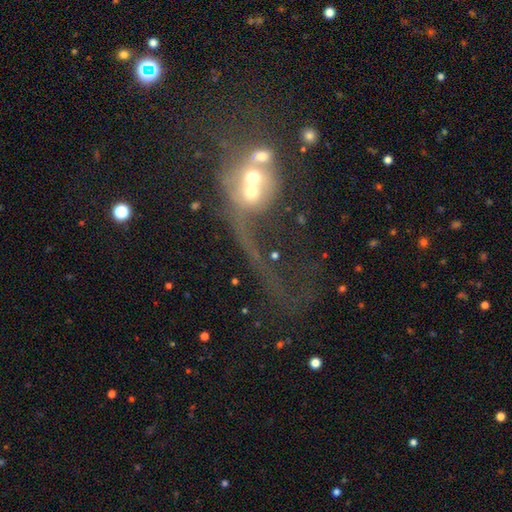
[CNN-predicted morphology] smooth-or-featured: featured or disk: 51% | smooth: 29% | star or artifact: 19%
  disk-edge-on: no: 92% | yes: 8%
  merging: merger: 50% | major disturbance: 30% | none: 13% | minor disturbance: 7%